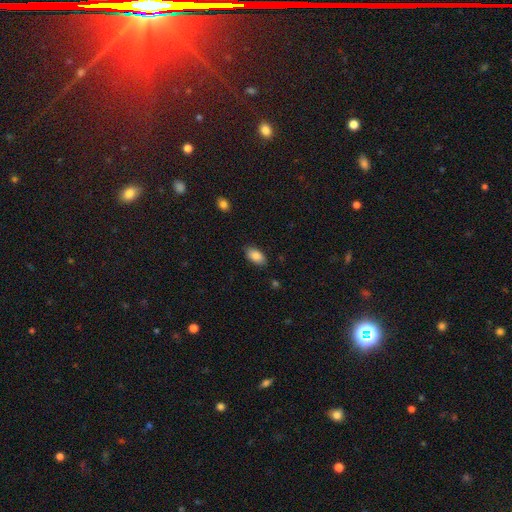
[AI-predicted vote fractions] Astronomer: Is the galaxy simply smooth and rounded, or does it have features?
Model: smooth — 87%.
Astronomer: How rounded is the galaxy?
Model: in between — 93%.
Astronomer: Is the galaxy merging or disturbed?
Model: none — 85%.